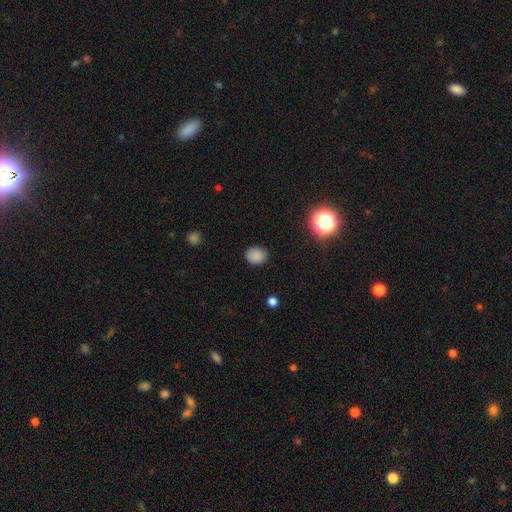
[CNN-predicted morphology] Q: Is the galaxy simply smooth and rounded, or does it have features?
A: smooth — 84%.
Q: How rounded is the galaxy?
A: round — 53%.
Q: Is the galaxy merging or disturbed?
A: none — 86%.